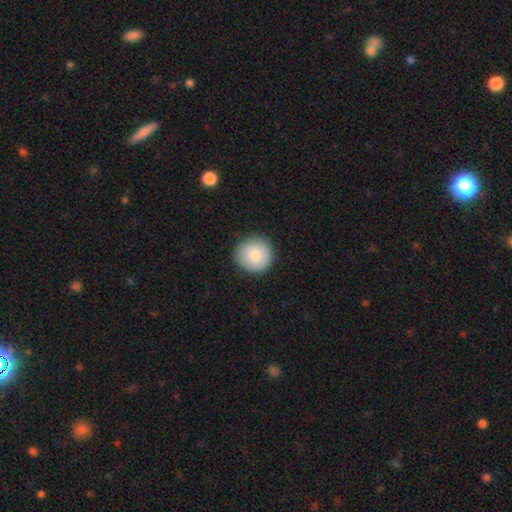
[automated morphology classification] Smooth or featured? smooth (86%)
How rounded? round (94%)
Merging? none (89%)